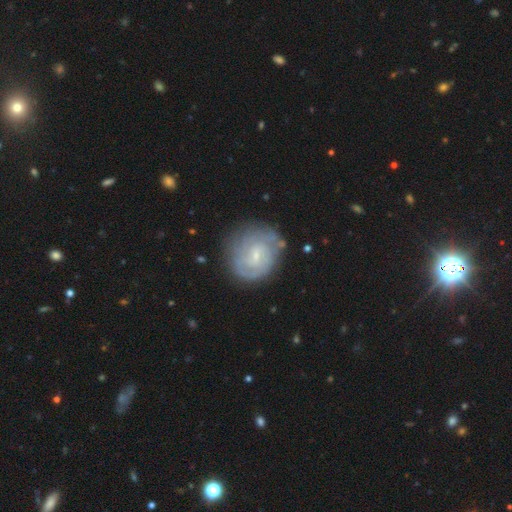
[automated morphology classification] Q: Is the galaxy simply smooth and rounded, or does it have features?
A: featured or disk — 74%.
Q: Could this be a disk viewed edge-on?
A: no — 98%.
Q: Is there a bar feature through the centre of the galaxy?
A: weak — 50%.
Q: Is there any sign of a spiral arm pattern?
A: yes — 90%.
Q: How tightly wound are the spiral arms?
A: tight — 66%.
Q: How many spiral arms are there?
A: can't tell — 41%.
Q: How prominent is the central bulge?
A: small — 77%.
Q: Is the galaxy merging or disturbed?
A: none — 74%.